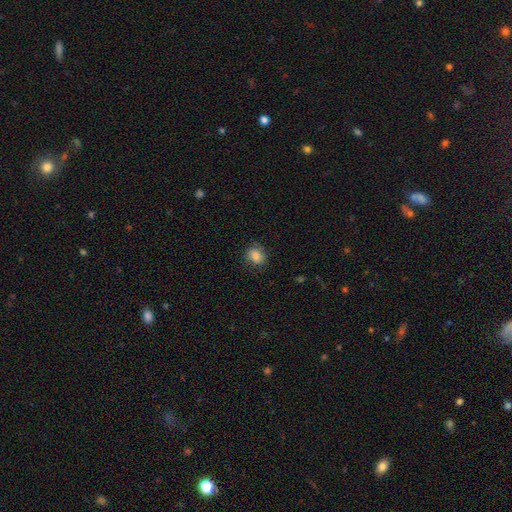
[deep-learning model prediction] Smooth or featured: smooth — 83% (star or artifact — 9%)
How rounded: in between — 59% (round — 40%)
Merging: none — 73% (minor disturbance — 20%)